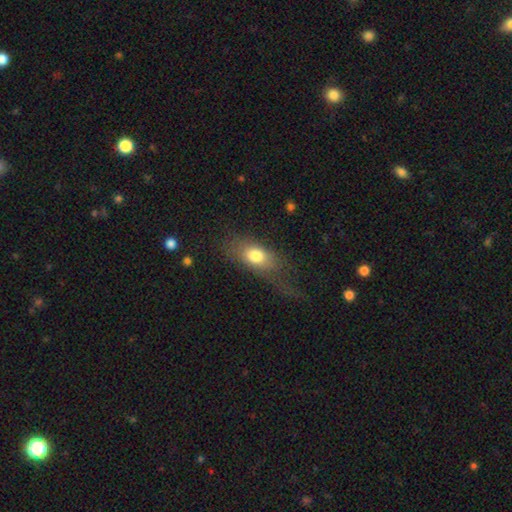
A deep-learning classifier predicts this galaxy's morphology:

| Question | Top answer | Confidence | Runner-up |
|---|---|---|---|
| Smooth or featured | smooth | 73% | featured or disk (19%) |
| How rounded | in between | 81% | round (11%) |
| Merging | none | 43% | major disturbance (34%) |